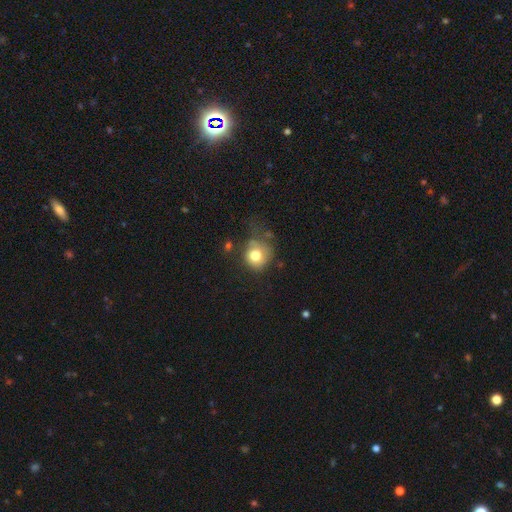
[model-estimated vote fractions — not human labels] A smooth galaxy with no disk features (74%) that is round (83%).

Vote fractions:
- Smooth or featured? smooth: 74% / featured or disk: 16% / star or artifact: 10%
- How rounded? round: 83% / in between: 16% / cigar-shaped: 1%
- Merging? none: 48% / minor disturbance: 28% / major disturbance: 20% / merger: 5%